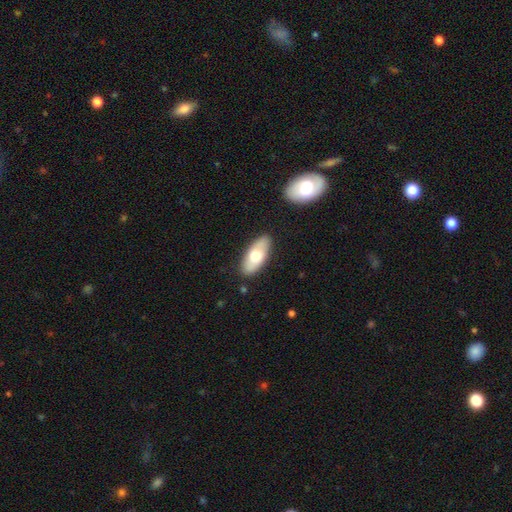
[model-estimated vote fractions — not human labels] Smooth or featured? Predicted: smooth (p=0.65). How rounded? Predicted: in between (p=0.84). Merging? Predicted: none (p=0.86).